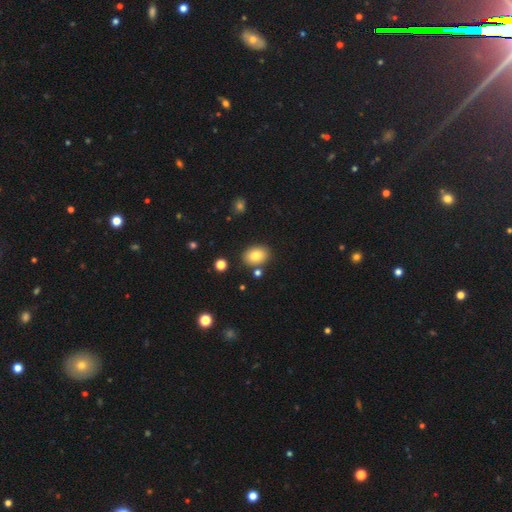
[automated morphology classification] The model was most divided on "how rounded": in between: 72%, round: 27%, cigar-shaped: 1%. More confident: merging — none (83%); smooth or featured — smooth (82%).